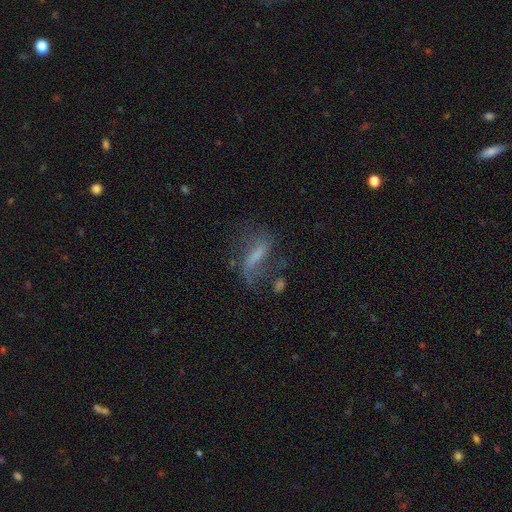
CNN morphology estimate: smooth_or_featured: featured or disk (p=0.49) [alt: smooth p=0.37]
merging: none (p=0.44) [alt: major disturbance p=0.28]